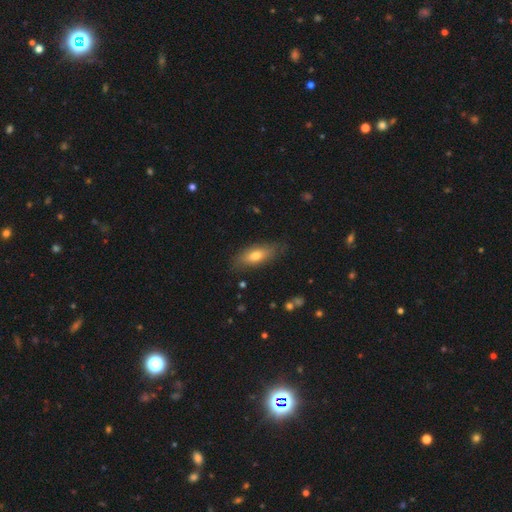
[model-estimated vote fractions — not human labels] Smooth or featured? Predicted: smooth (p=0.69). How rounded? Predicted: in between (p=0.74). Merging? Predicted: none (p=0.77).